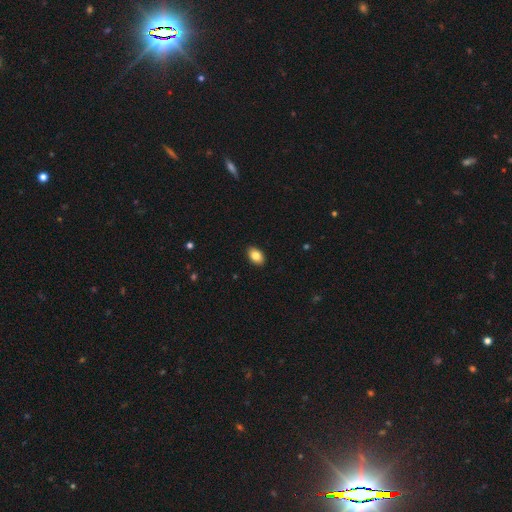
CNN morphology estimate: Smooth or featured? Predicted: smooth (p=0.84). How rounded? Predicted: in between (p=0.89). Merging? Predicted: none (p=0.90).